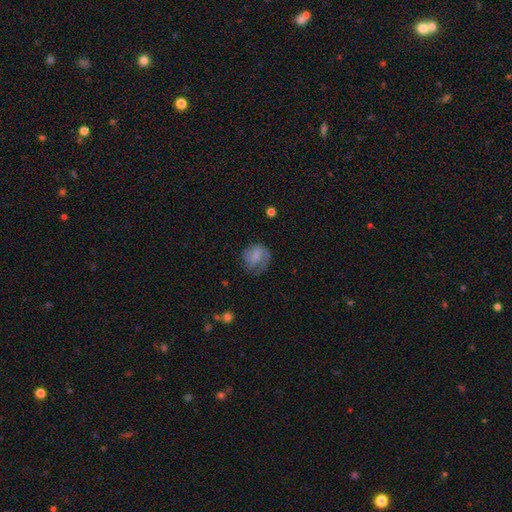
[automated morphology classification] smooth-or-featured: smooth: 47% | featured or disk: 45% | star or artifact: 8%
  merging: none: 54% | minor disturbance: 24% | major disturbance: 20% | merger: 2%